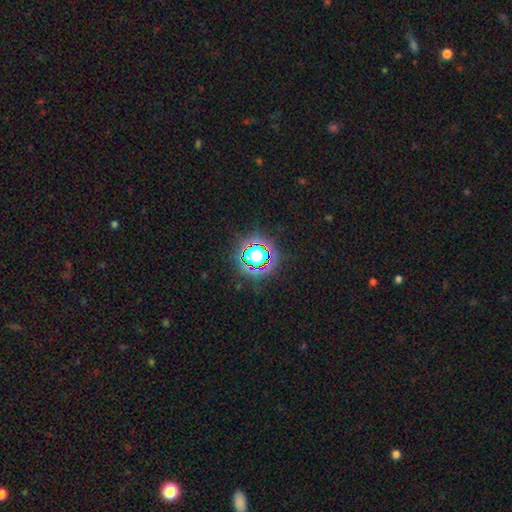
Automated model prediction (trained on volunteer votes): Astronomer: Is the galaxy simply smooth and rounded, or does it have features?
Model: star or artifact — 55% (runner-up: smooth, 31%).